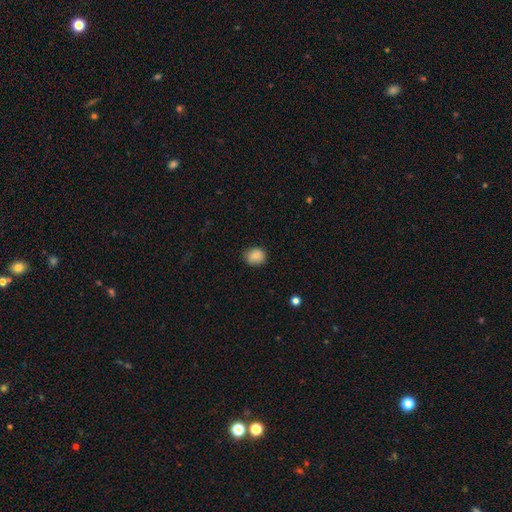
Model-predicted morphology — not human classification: Overall: smooth (86%). How rounded: round (69%; in between 30%). Merging: none (80%).